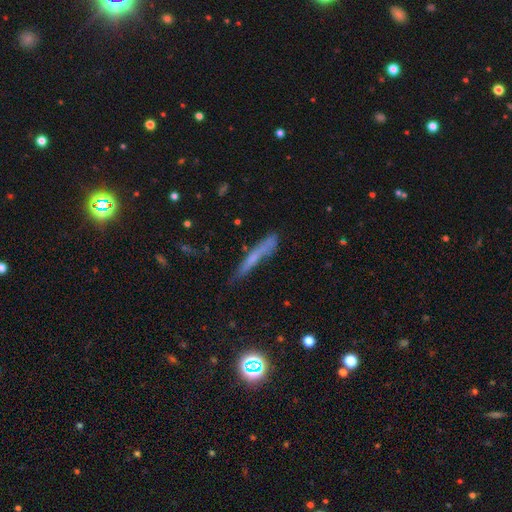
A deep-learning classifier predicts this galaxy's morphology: This appears to be a smooth galaxy with no disk features (52%) that is cigar-shaped (92%). Merging: none (63%).